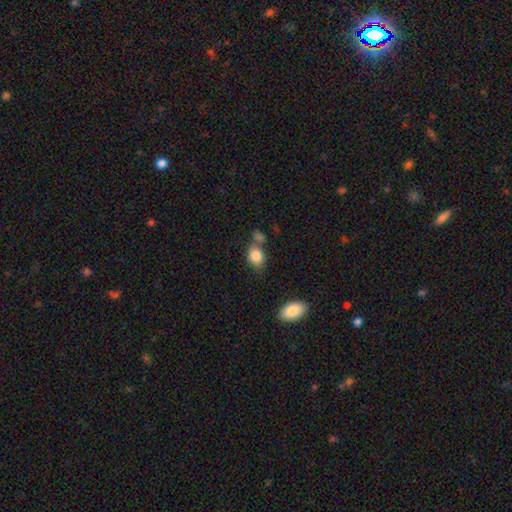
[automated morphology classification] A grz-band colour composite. It shows a smooth galaxy with no disk features (85%) that is in between round and cigar-shaped (58%). Merging: none (51%).